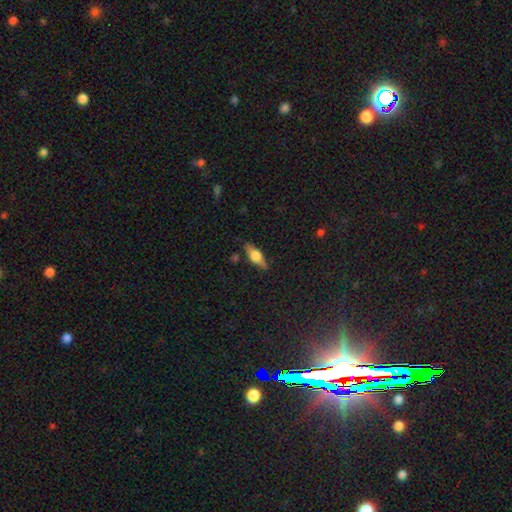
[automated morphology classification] smooth-or-featured: featured or disk: 49% | smooth: 44% | star or artifact: 7%
  merging: none: 83% | minor disturbance: 12% | major disturbance: 3% | merger: 2%